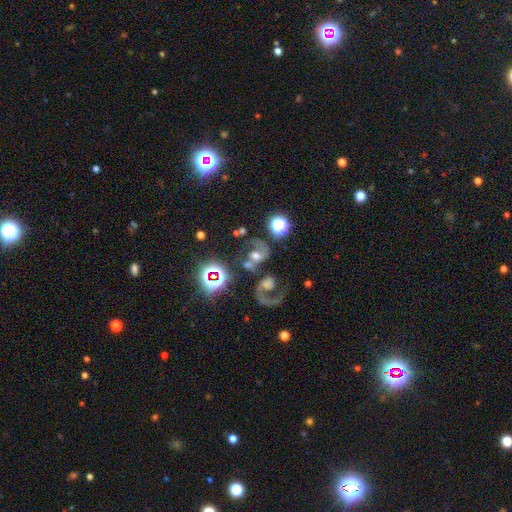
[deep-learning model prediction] The model was most divided on "merging": merger: 43%, major disturbance: 25%, none: 23%, minor disturbance: 9%. More confident: edge-on disk — no (96%); spiral arms — yes (72%); bar — no (65%); smooth or featured — featured or disk (55%); bulge size — moderate (54%).